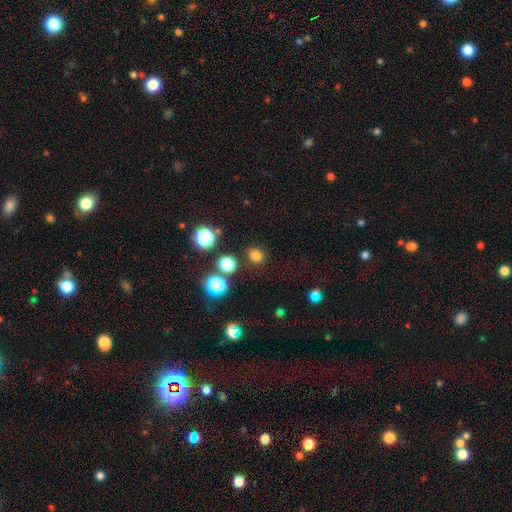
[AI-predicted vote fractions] This appears to be a smooth galaxy with no disk features (76%) that is round (82%). Merging: none (85%).